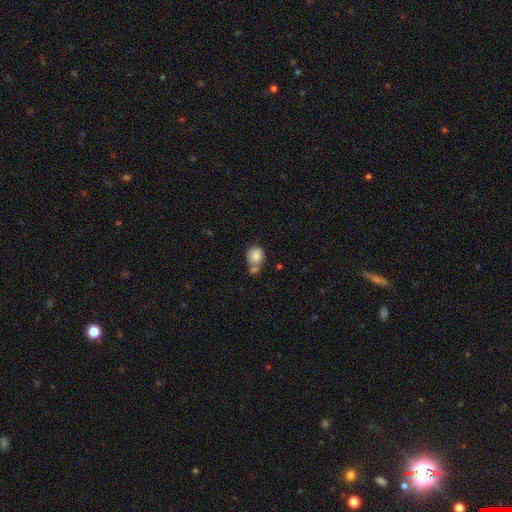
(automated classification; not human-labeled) A smooth galaxy with no disk features (83%) that is round (69%). Merging: none (43%).